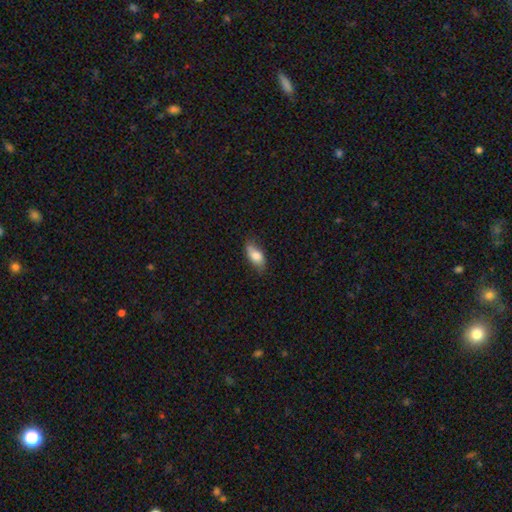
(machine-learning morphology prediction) smooth 77%, featured or disk 16%, star or artifact 7%. Down the decision tree: how rounded — in between (85%); merging — none (73%).